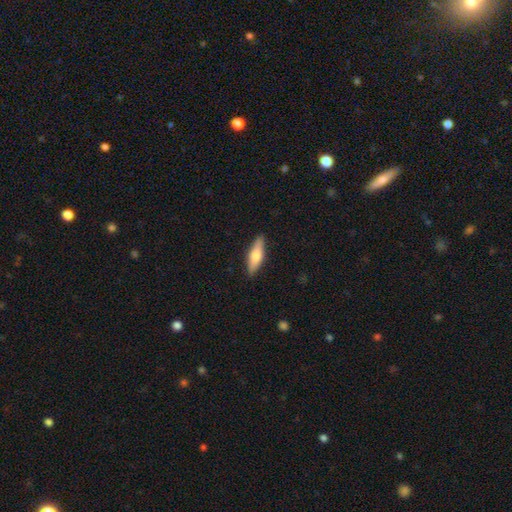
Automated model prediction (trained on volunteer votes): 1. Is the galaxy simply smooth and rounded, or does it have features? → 63% smooth, 31% featured or disk, 6% star or artifact.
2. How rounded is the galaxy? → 53% cigar-shaped, 45% in between, 2% round.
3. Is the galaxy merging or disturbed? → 88% none, 9% minor disturbance, 2% major disturbance, 1% merger.